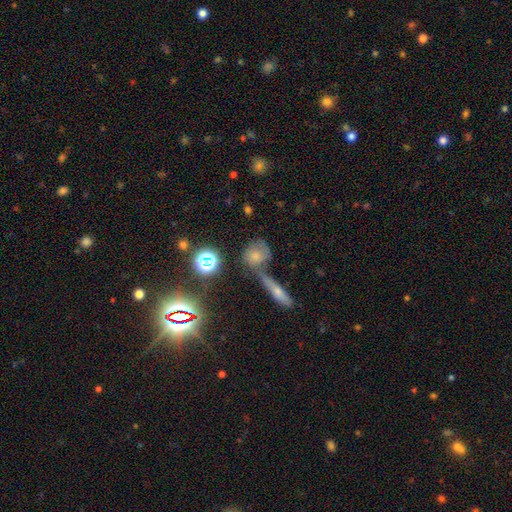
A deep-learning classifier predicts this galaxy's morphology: Smooth or featured? Predicted: smooth (p=0.65). How rounded? Predicted: round (p=0.68). Merging? Predicted: none (p=0.48).